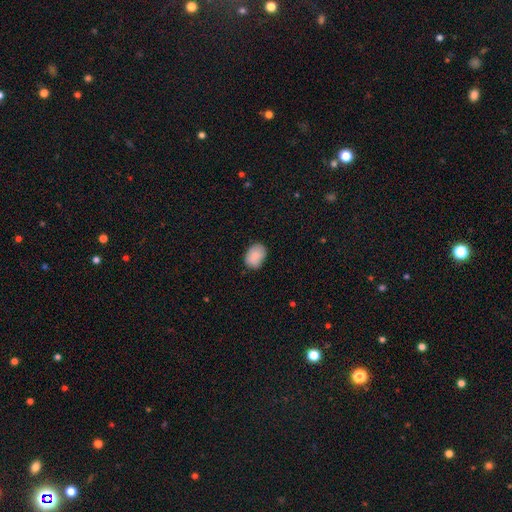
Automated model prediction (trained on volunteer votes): A smooth galaxy with no disk features (87%) that is in between round and cigar-shaped (72%).

Vote fractions:
- Smooth or featured? smooth: 87% / star or artifact: 7% / featured or disk: 6%
- How rounded? in between: 72% / round: 27% / cigar-shaped: 1%
- Merging? none: 78% / minor disturbance: 18% / major disturbance: 3% / merger: 1%